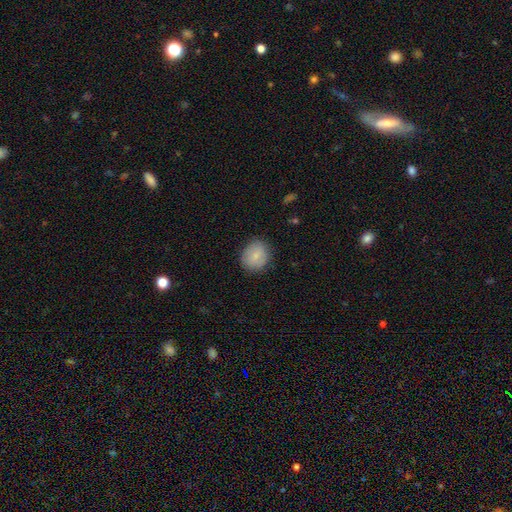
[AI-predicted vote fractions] This is clearly a smooth galaxy (82%). How rounded: likely round (78%). Merging: clearly none (84%).